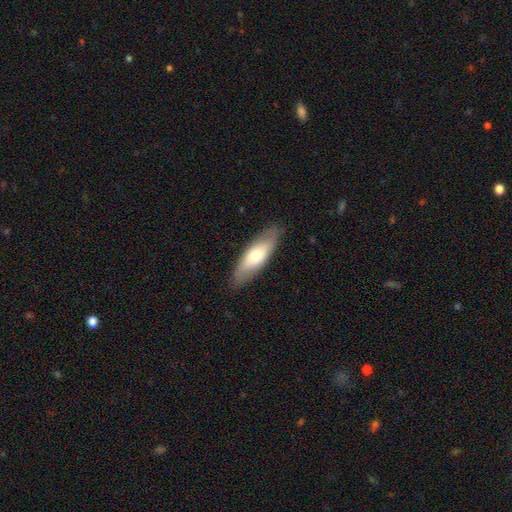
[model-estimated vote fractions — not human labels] This appears to be a smooth galaxy with no disk features (64%) that is in between round and cigar-shaped (58%). Merging: none (86%).